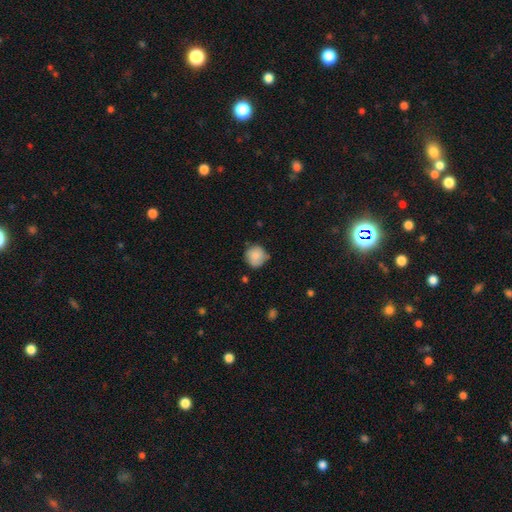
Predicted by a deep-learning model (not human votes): Smooth or featured? Predicted: smooth (p=0.83). How rounded? Predicted: round (p=0.90). Merging? Predicted: none (p=0.68).